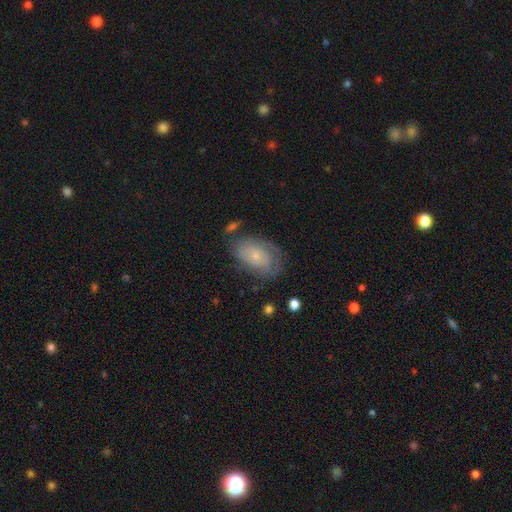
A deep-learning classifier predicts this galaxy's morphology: Q: Smooth or featured?
A: featured or disk (52%); runner-up: smooth (40%)
Q: Edge-on disk?
A: no (95%); runner-up: yes (5%)
Q: Merging?
A: none (54%); runner-up: minor disturbance (27%)